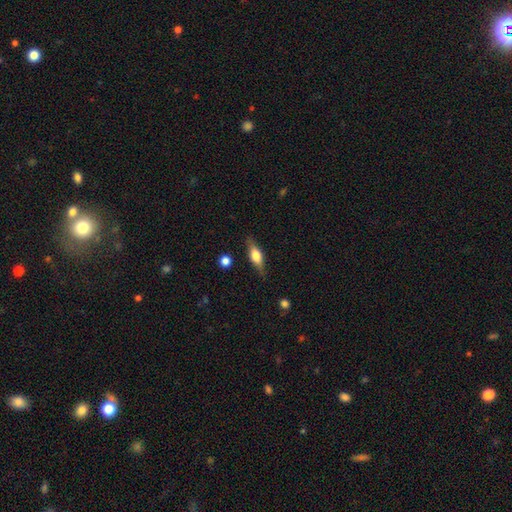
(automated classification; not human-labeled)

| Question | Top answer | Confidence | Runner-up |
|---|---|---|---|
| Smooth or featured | smooth | 52% | featured or disk (42%) |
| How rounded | in between | 57% | cigar-shaped (38%) |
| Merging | none | 81% | minor disturbance (14%) |